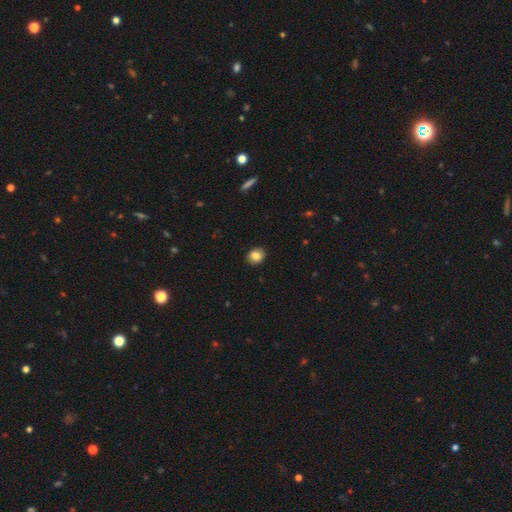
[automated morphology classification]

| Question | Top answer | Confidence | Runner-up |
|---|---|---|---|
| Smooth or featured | smooth | 85% | star or artifact (9%) |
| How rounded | round | 59% | in between (39%) |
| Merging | none | 89% | minor disturbance (8%) |